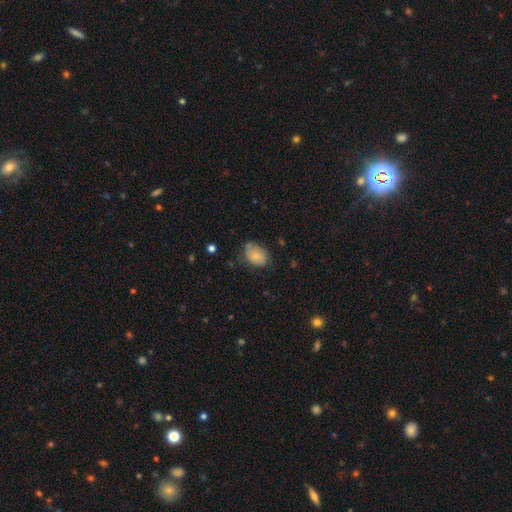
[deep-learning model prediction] A smooth galaxy with no disk features (67%) that is in between round and cigar-shaped (82%). Merging: none (57%).